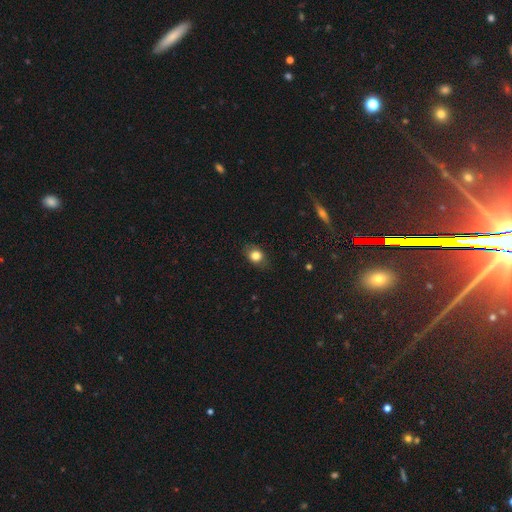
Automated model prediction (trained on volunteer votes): smooth_or_featured: smooth (p=0.80) [alt: star or artifact p=0.10]
how_rounded: round (p=0.50) [alt: in between p=0.48]
merging: none (p=0.81) [alt: minor disturbance p=0.15]